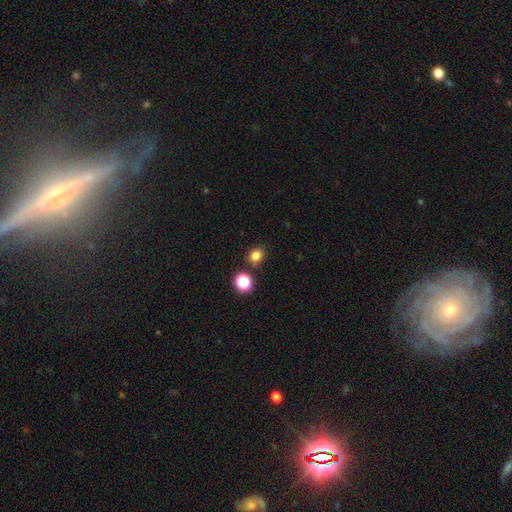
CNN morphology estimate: A smooth galaxy with no disk features (80%) that is round (77%). Merging: none (82%).